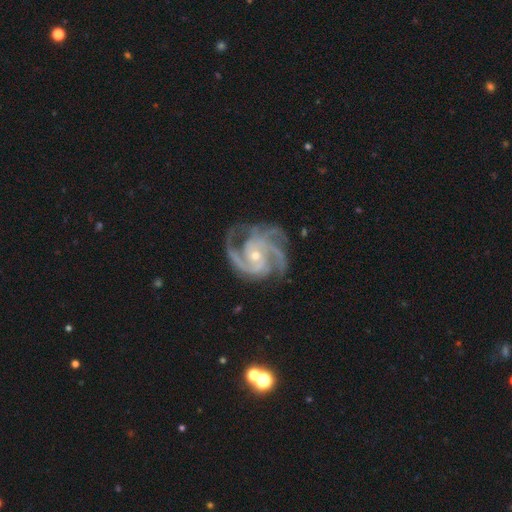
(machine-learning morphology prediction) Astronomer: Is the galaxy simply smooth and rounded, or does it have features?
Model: featured or disk — 93%.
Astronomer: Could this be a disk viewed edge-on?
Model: no — 98%.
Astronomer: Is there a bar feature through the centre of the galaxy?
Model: no — 68%.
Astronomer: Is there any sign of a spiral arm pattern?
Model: yes — 99%.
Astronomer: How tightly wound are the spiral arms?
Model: tight — 48% (runner-up: medium, 46%).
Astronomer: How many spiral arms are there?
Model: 3 — 46% (runner-up: 4, 22%).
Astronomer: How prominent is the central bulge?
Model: small — 62%.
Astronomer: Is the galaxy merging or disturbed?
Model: none — 72%.